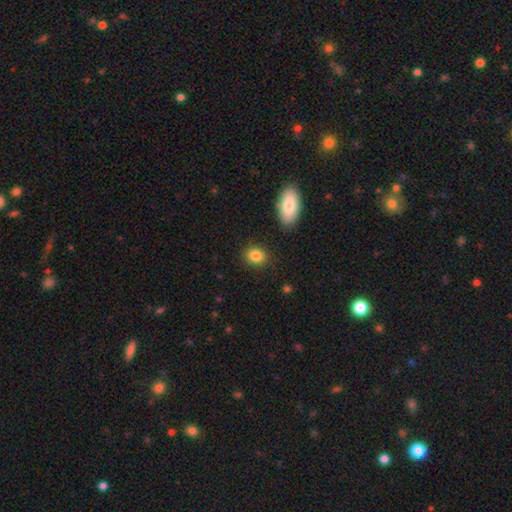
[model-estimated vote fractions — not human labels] A smooth galaxy with no disk features (85%) that is in between round and cigar-shaped (58%).

Vote fractions:
- Smooth or featured? smooth: 85% / star or artifact: 9% / featured or disk: 6%
- How rounded? in between: 58% / round: 41% / cigar-shaped: 1%
- Merging? none: 87% / minor disturbance: 9% / major disturbance: 2% / merger: 2%